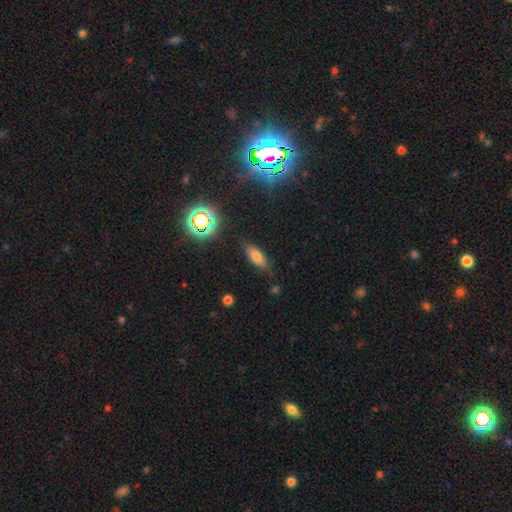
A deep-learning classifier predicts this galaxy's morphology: Smooth or featured? Predicted: smooth (p=0.68). How rounded? Predicted: in between (p=0.67). Merging? Predicted: none (p=0.78).